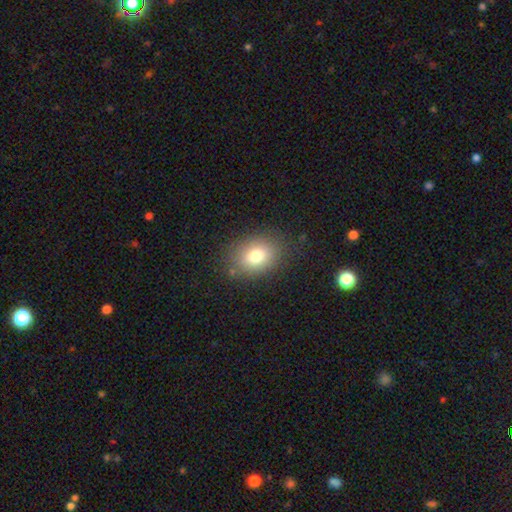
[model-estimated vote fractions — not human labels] smooth_or_featured: smooth (p=0.77) [alt: star or artifact p=0.12]
how_rounded: in between (p=0.62) [alt: round p=0.37]
merging: none (p=0.82) [alt: minor disturbance p=0.12]